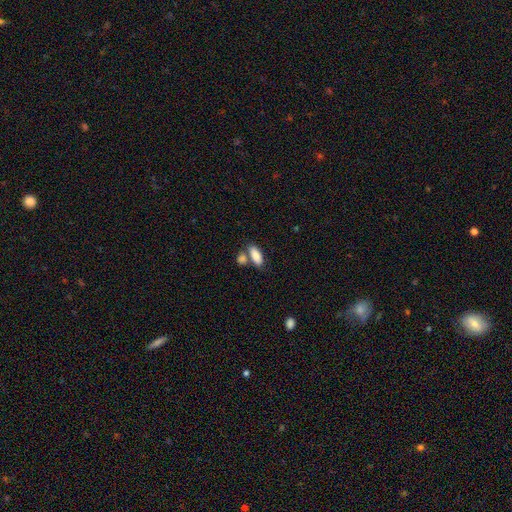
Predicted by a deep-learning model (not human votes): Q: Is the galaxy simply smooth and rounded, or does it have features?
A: smooth — 85%.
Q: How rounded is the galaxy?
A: in between — 84%.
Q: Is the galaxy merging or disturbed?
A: none — 52%.